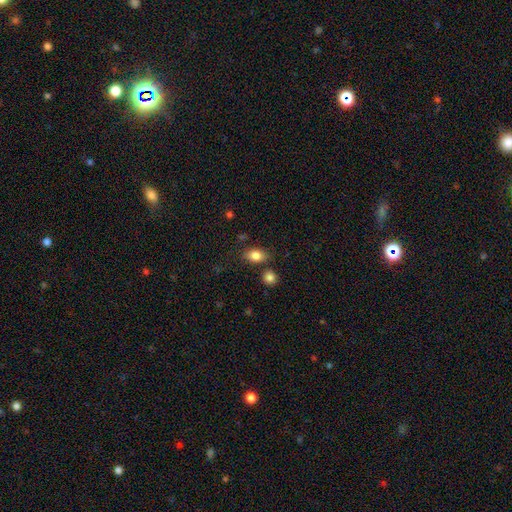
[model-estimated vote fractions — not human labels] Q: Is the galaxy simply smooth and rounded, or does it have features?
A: smooth — 84%.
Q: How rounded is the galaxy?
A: in between — 82%.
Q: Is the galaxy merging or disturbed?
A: none — 77%.